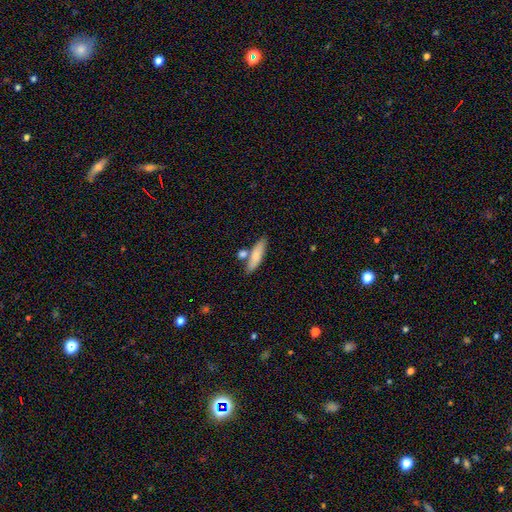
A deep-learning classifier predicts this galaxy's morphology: A smooth galaxy with no disk features (76%) that is cigar-shaped (64%).

Vote fractions:
- Smooth or featured? smooth: 76% / featured or disk: 18% / star or artifact: 6%
- How rounded? cigar-shaped: 64% / in between: 33% / round: 3%
- Merging? none: 68% / merger: 16% / minor disturbance: 12% / major disturbance: 3%